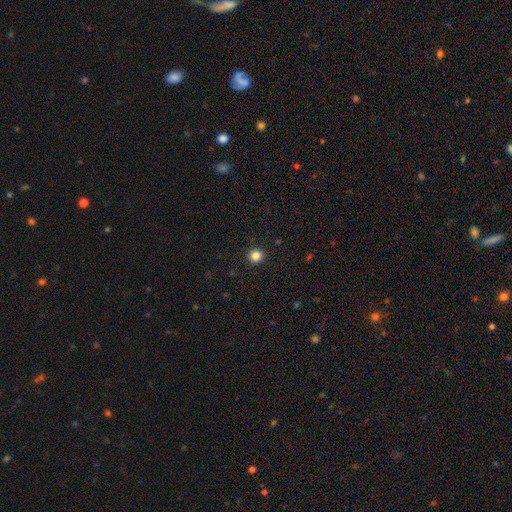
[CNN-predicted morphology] smooth 84%, star or artifact 12%, featured or disk 4%. Down the decision tree: how rounded — round (93%); merging — none (93%).